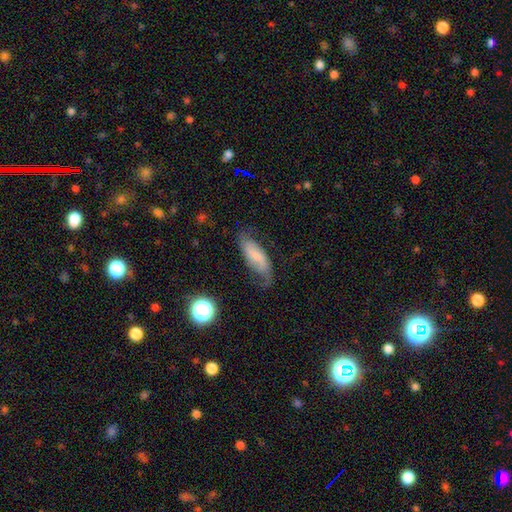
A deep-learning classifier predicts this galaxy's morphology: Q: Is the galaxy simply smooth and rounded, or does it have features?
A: featured or disk — 50%.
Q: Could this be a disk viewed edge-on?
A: no — 89%.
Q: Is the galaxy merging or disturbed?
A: none — 55%.